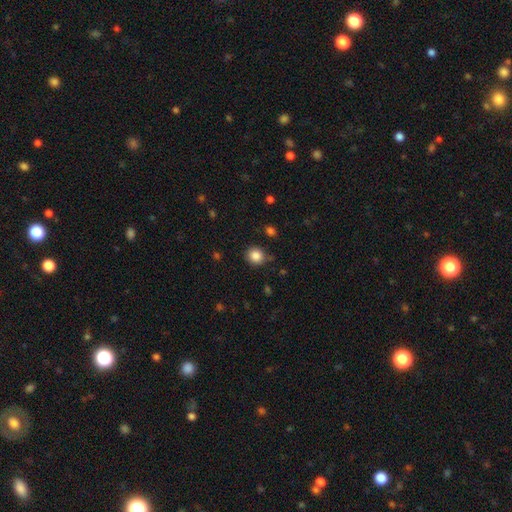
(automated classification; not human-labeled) Morphology: type=smooth (85%); roundness=round (88%); merging=none (83%).